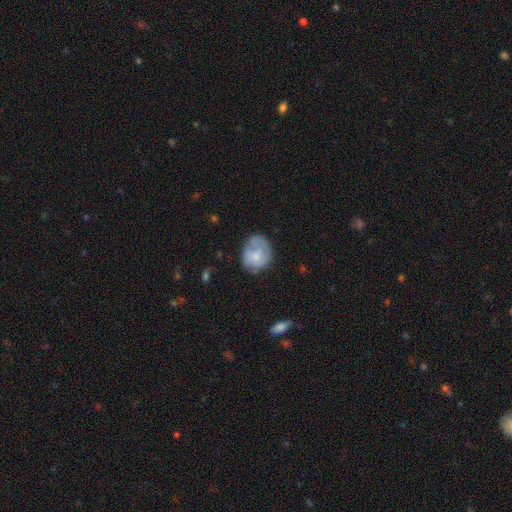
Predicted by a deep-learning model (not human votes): Q: Smooth or featured?
A: smooth (58%); runner-up: featured or disk (35%)
Q: How rounded?
A: round (62%); runner-up: in between (37%)
Q: Merging?
A: none (50%); runner-up: minor disturbance (29%)